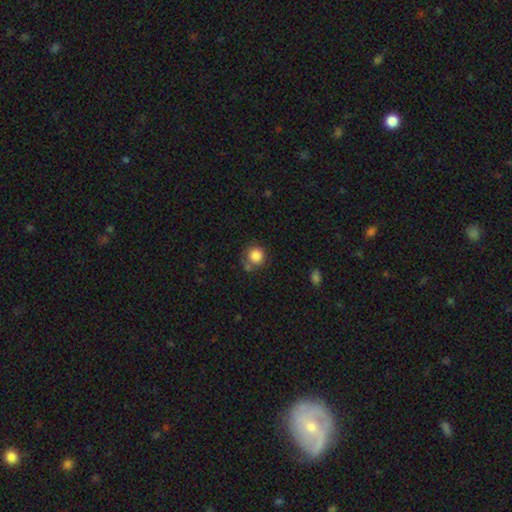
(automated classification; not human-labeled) smooth-or-featured: smooth: 85% | star or artifact: 9% | featured or disk: 6%
  how-rounded: round: 90% | in between: 9% | cigar-shaped: 1%
  merging: none: 65% | minor disturbance: 18% | merger: 11% | major disturbance: 6%